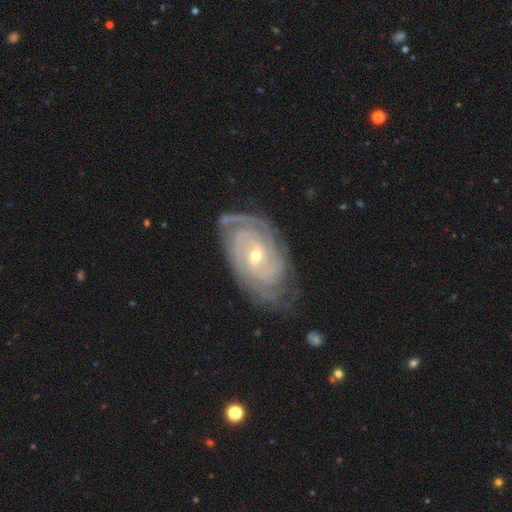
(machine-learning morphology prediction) Smooth or featured? Predicted: featured or disk (p=0.91). Edge-on disk? Predicted: no (p=0.96). Bar? Predicted: no (p=0.48). Spiral arms? Predicted: yes (p=0.98). Spiral winding? Predicted: tight (p=0.81). Spiral arm count? Predicted: 3 (p=0.24). Bulge size? Predicted: small (p=0.61). Merging? Predicted: none (p=0.75).